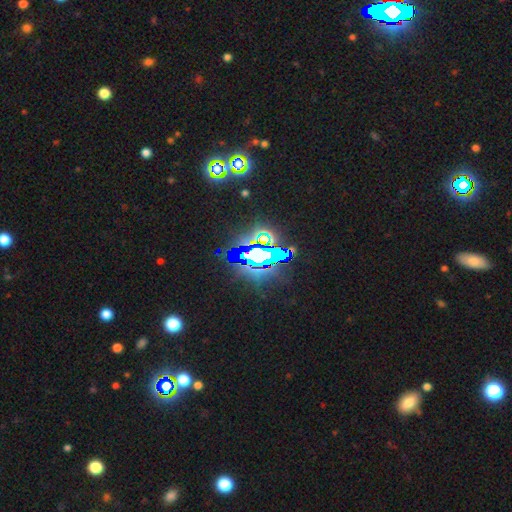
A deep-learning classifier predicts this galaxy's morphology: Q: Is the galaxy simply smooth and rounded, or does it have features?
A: star or artifact — 73%.